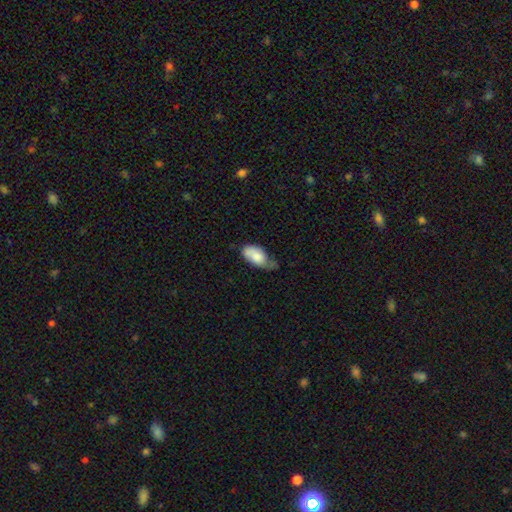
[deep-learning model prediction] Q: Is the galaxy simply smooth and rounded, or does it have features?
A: smooth — 77%.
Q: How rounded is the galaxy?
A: in between — 92%.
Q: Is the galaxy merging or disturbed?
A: minor disturbance — 48%.